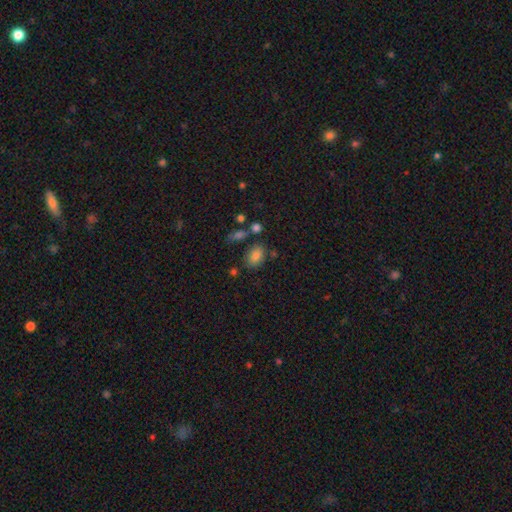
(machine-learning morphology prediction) This is clearly a smooth galaxy (82%). How rounded: clearly in between (83%). Merging: likely none (72%).